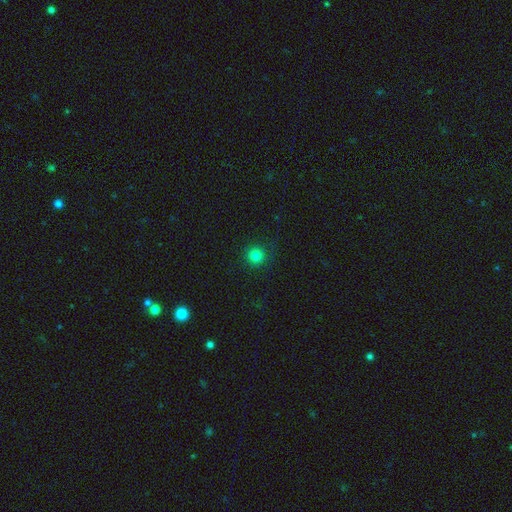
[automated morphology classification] The model was most divided on "smooth or featured": smooth: 81%, star or artifact: 14%, featured or disk: 5%. More confident: how rounded — round (95%); merging — none (89%).